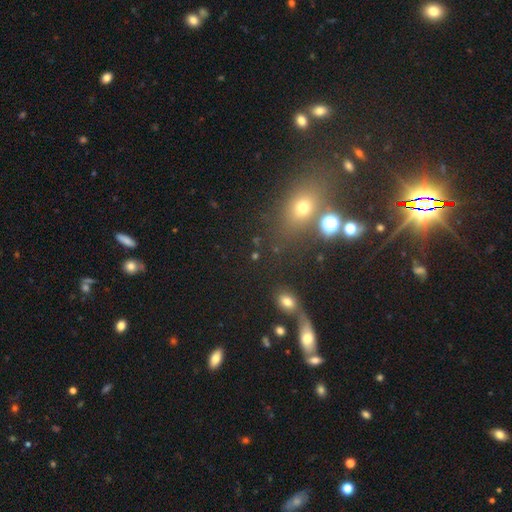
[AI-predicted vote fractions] Smooth or featured? smooth (57%)
How rounded? round (51%)
Merging? none (58%)